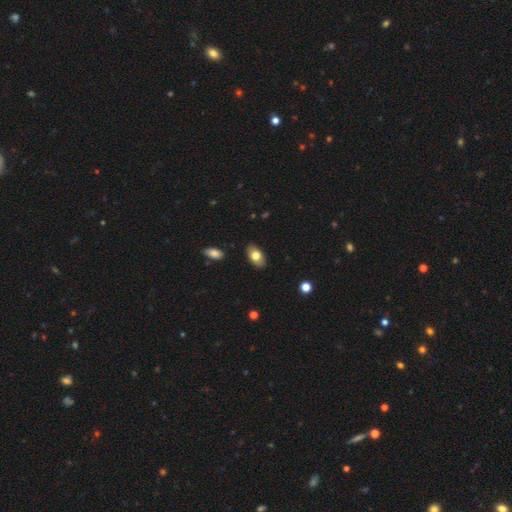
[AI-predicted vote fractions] Smooth or featured: smooth — 78% (featured or disk — 15%)
How rounded: in between — 92% (round — 7%)
Merging: none — 87% (minor disturbance — 9%)